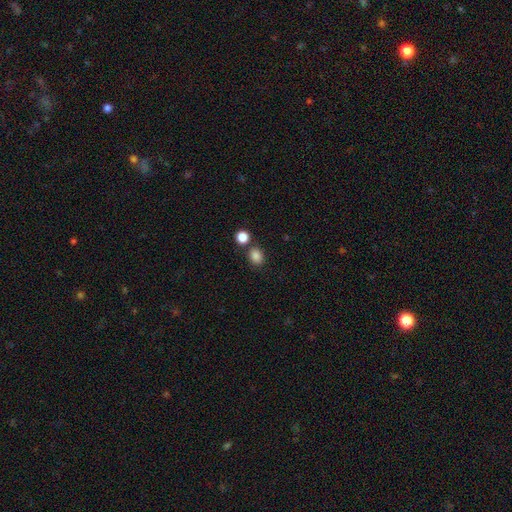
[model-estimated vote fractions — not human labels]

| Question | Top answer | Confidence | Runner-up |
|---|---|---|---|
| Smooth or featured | smooth | 85% | star or artifact (12%) |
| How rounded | round | 60% | in between (39%) |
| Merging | none | 75% | merger (12%) |